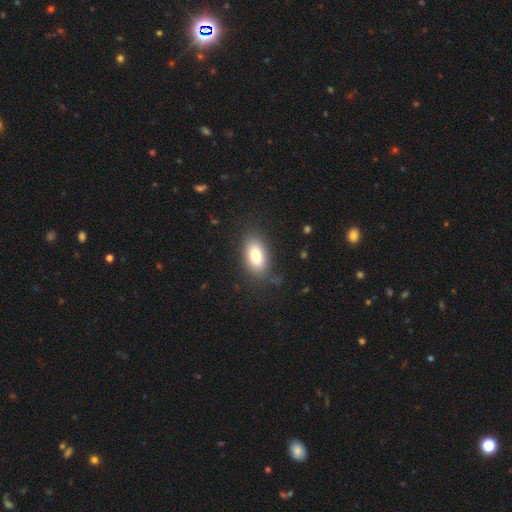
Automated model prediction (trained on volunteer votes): A smooth galaxy with no disk features (79%) that is in between round and cigar-shaped (91%).

Vote fractions:
- Smooth or featured? smooth: 79% / featured or disk: 13% / star or artifact: 8%
- How rounded? in between: 91% / round: 5% / cigar-shaped: 4%
- Merging? none: 82% / minor disturbance: 12% / major disturbance: 4% / merger: 2%